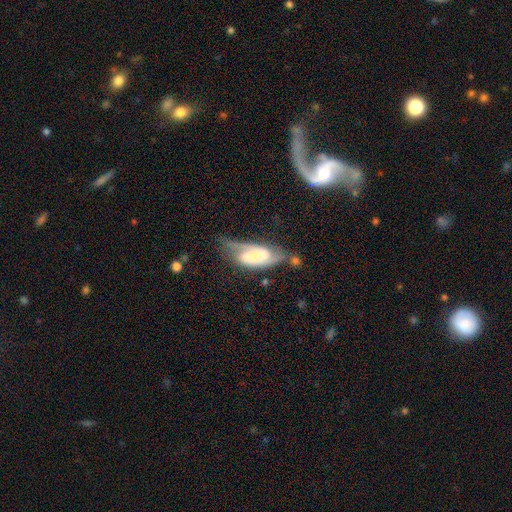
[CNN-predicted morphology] Smooth or featured? Predicted: featured or disk (p=0.65). Edge-on disk? Predicted: no (p=0.90). Bar? Predicted: no (p=0.45). Spiral arms? Predicted: yes (p=0.87). Spiral winding? Predicted: medium (p=0.44). Spiral arm count? Predicted: 2 (p=0.76). Bulge size? Predicted: small (p=0.38). Merging? Predicted: none (p=0.42).